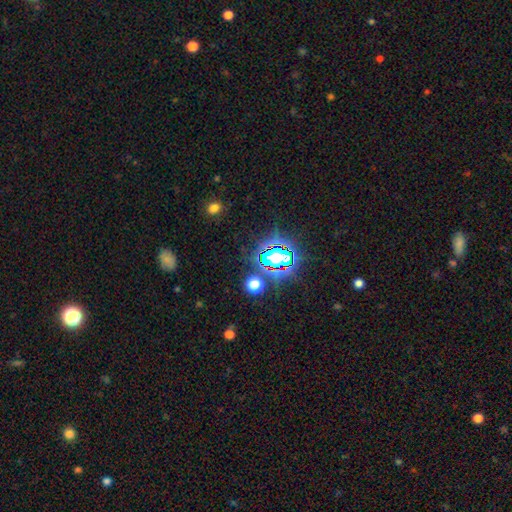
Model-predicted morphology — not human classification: This is likely a star or artifact rather than a galaxy (77%).